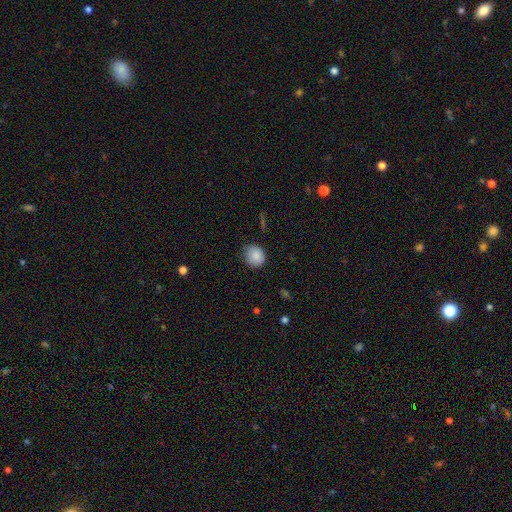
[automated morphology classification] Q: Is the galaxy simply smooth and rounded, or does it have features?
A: smooth — 87%.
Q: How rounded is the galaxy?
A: round — 79%.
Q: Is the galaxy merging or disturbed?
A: none — 79%.